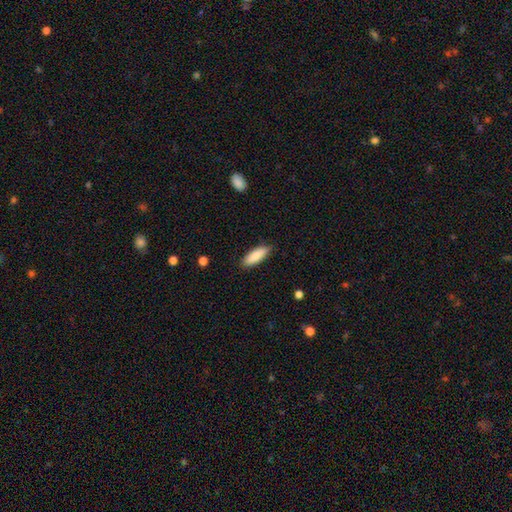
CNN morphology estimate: A smooth galaxy with no disk features (87%) that is in between round and cigar-shaped (62%).

Vote fractions:
- Smooth or featured? smooth: 87% / featured or disk: 8% / star or artifact: 6%
- How rounded? in between: 62% / cigar-shaped: 36% / round: 2%
- Merging? none: 86% / minor disturbance: 11% / major disturbance: 2% / merger: 1%